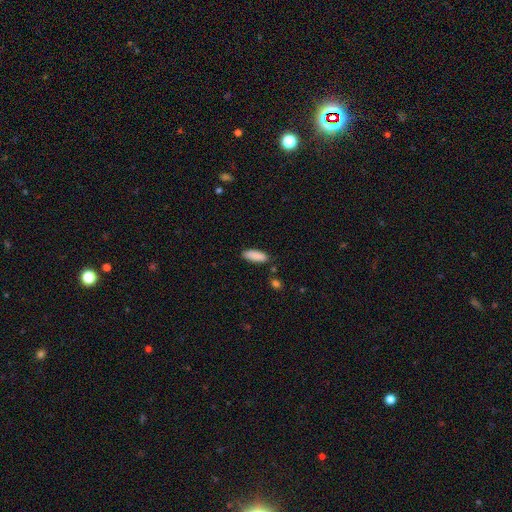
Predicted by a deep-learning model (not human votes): Smooth or featured: smooth — 89% (star or artifact — 6%)
How rounded: in between — 66% (cigar-shaped — 33%)
Merging: none — 84% (minor disturbance — 11%)